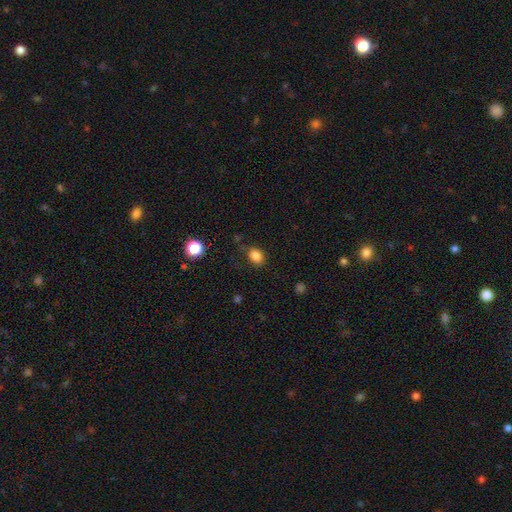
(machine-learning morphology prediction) This is clearly a smooth galaxy (84%). How rounded: possibly in between (53%). Merging: likely none (76%).